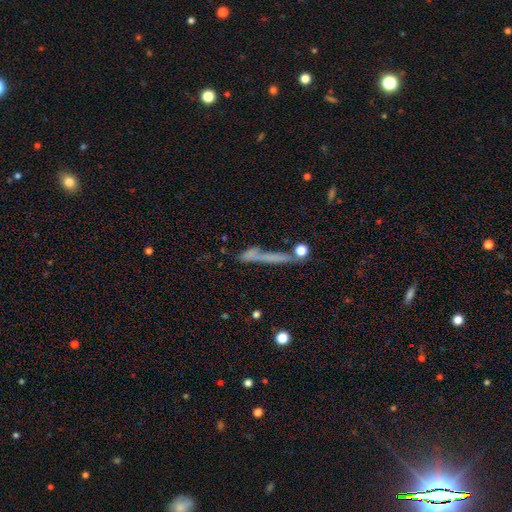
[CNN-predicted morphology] Q: Smooth or featured?
A: smooth (53%); runner-up: featured or disk (34%)
Q: How rounded?
A: cigar-shaped (86%); runner-up: in between (8%)
Q: Merging?
A: none (51%); runner-up: minor disturbance (18%)